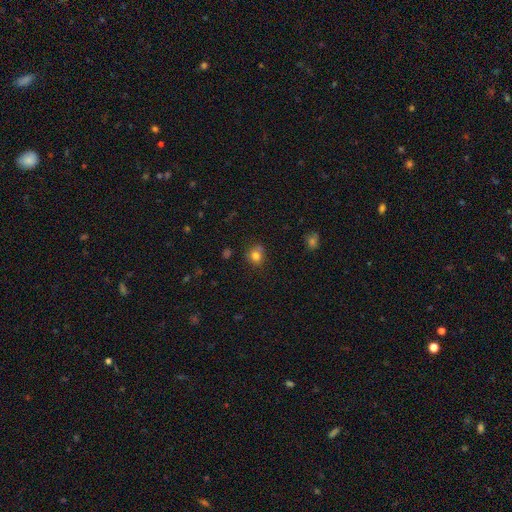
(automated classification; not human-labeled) Q: Smooth or featured?
A: smooth (80%); runner-up: star or artifact (12%)
Q: How rounded?
A: round (77%); runner-up: in between (22%)
Q: Merging?
A: none (68%); runner-up: minor disturbance (21%)